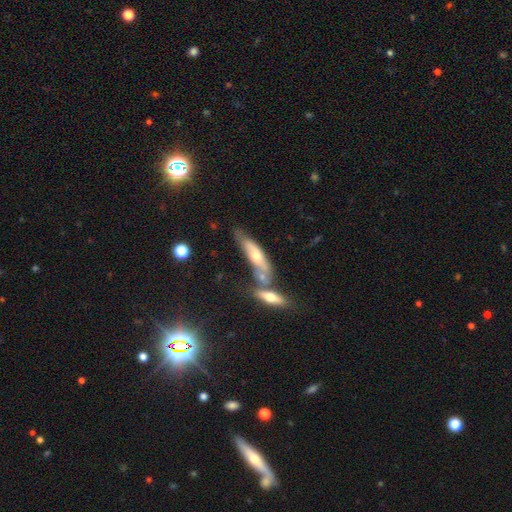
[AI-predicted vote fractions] This appears to be a smooth galaxy with no disk features (46%, tied with featured or disk). Merging: none (40%).